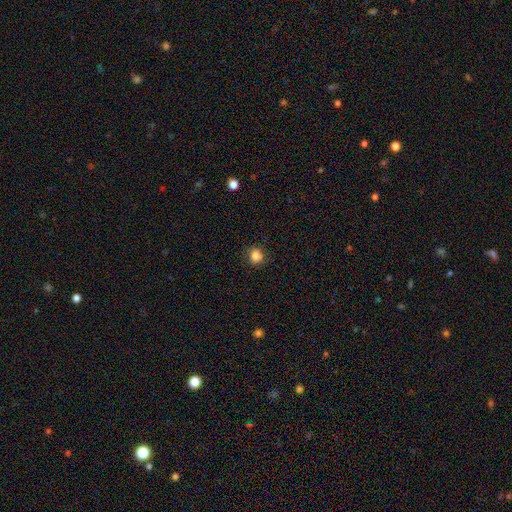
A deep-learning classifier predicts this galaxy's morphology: A smooth galaxy with no disk features (84%) that is round (80%). Merging: none (86%).